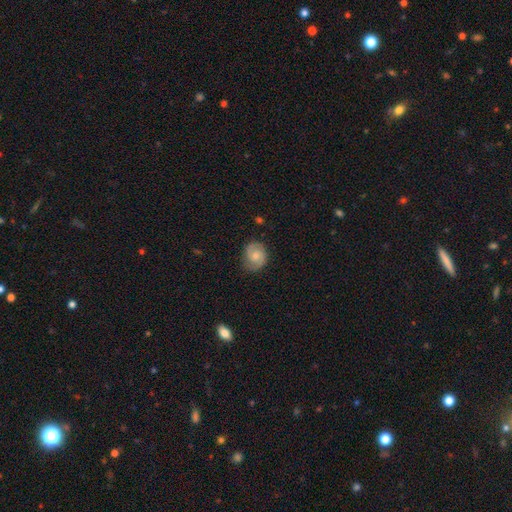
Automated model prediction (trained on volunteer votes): Smooth or featured: featured or disk — 62% (smooth — 31%)
Edge-on disk: no — 98% (yes — 2%)
Bar: no — 66% (weak — 31%)
Spiral arms: yes — 93% (no — 7%)
Spiral winding: medium — 45% (tight — 40%)
Spiral arm count: 2 — 85% (can't tell — 8%)
Bulge size: moderate — 49% (small — 41%)
Merging: none — 78% (minor disturbance — 17%)